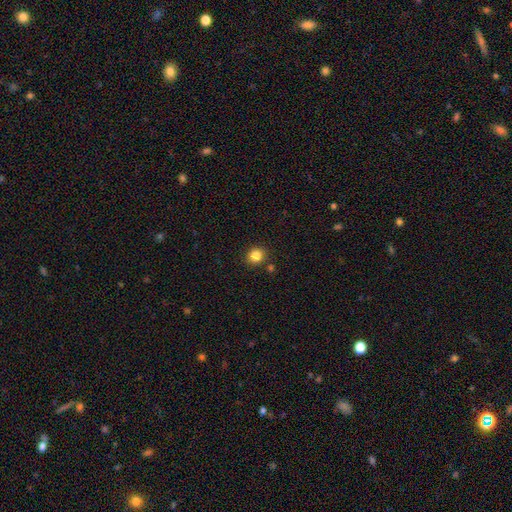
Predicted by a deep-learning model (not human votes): This is clearly a smooth galaxy (84%). How rounded: likely round (80%). Merging: clearly none (86%).